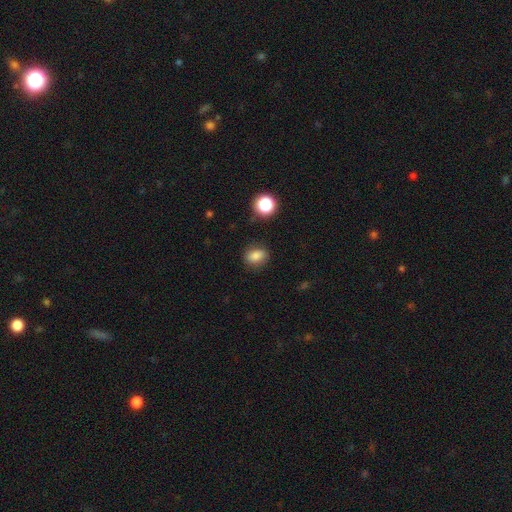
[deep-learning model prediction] Smooth or featured?
  - smooth: 81% *
  - star or artifact: 12%
  - featured or disk: 7%
How rounded?
  - in between: 65% *
  - round: 33%
  - cigar-shaped: 2%
Merging?
  - none: 82% *
  - minor disturbance: 13%
  - major disturbance: 4%
  - merger: 2%